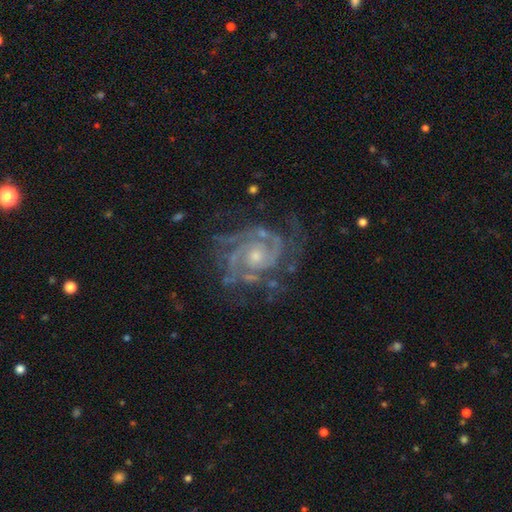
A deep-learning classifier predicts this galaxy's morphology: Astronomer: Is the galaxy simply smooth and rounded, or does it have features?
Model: featured or disk — 90%.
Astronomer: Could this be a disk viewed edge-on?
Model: no — 98%.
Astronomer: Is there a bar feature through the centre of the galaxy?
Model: no — 70%.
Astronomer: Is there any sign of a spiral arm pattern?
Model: yes — 97%.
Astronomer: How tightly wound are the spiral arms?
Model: tight — 61%.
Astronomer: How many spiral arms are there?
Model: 2 — 51%.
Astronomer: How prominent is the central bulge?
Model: small — 55% (runner-up: moderate, 39%).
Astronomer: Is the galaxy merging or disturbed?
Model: none — 69%.